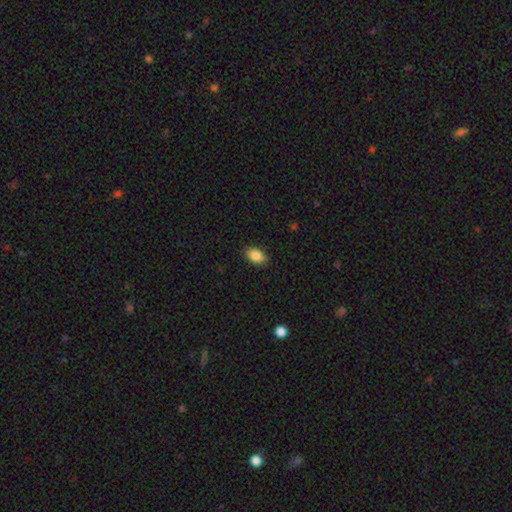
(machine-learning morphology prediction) The model was most divided on "merging": none: 88%, minor disturbance: 9%, major disturbance: 2%, merger: 1%. More confident: how rounded — in between (90%); smooth or featured — smooth (88%).